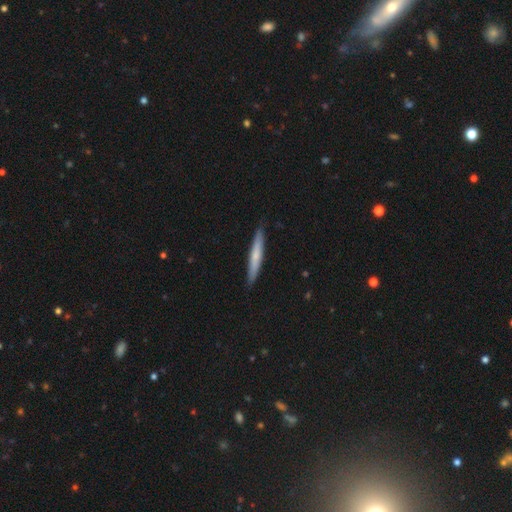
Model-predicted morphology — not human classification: type=smooth (62%); roundness=cigar-shaped (94%); merging=none (88%).